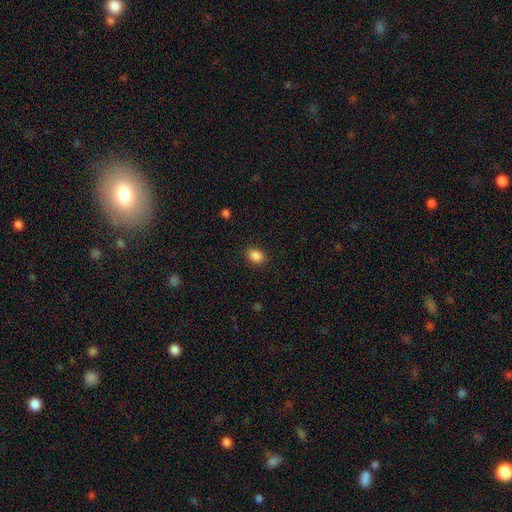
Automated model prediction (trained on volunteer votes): smooth 88%, star or artifact 9%, featured or disk 3%. Down the decision tree: how rounded — in between (66%); merging — none (88%).